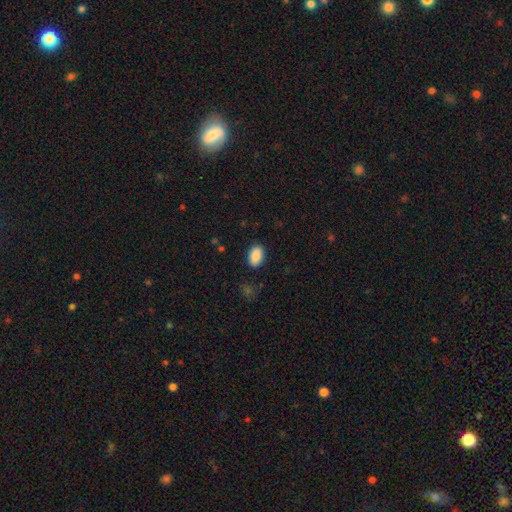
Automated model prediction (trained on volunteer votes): Morphology: type=smooth (89%); roundness=in between (89%); merging=none (87%).